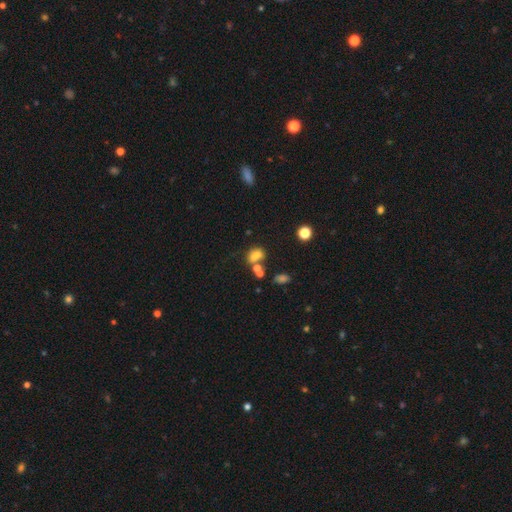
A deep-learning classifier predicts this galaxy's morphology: A smooth galaxy with no disk features (71%) that is in between round and cigar-shaped (68%). Merging: none (40%).